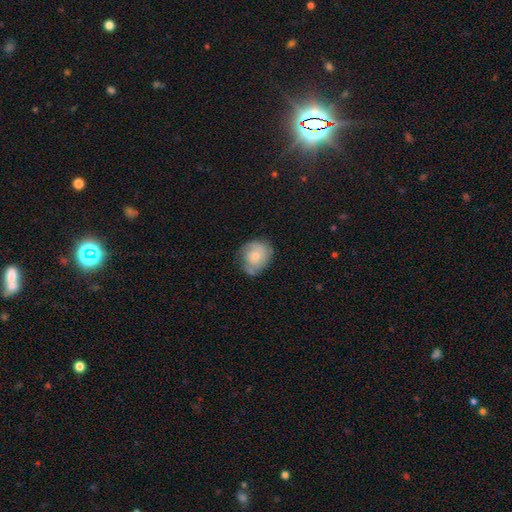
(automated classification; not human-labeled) This is likely a smooth galaxy (62%). How rounded: likely round (64%). Merging: possibly none (56%).